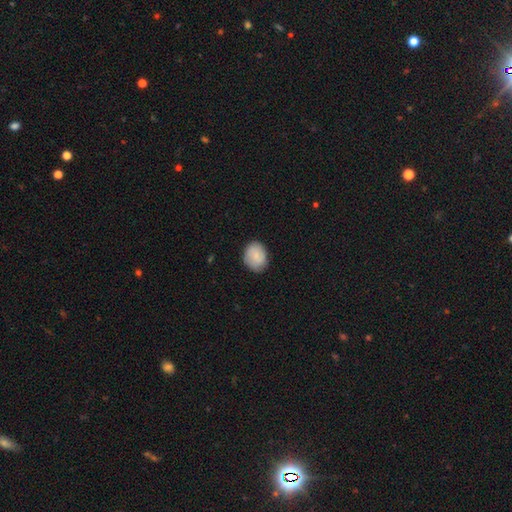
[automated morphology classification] Q: Smooth or featured?
A: smooth (81%); runner-up: featured or disk (12%)
Q: How rounded?
A: round (51%); runner-up: in between (48%)
Q: Merging?
A: none (79%); runner-up: minor disturbance (17%)